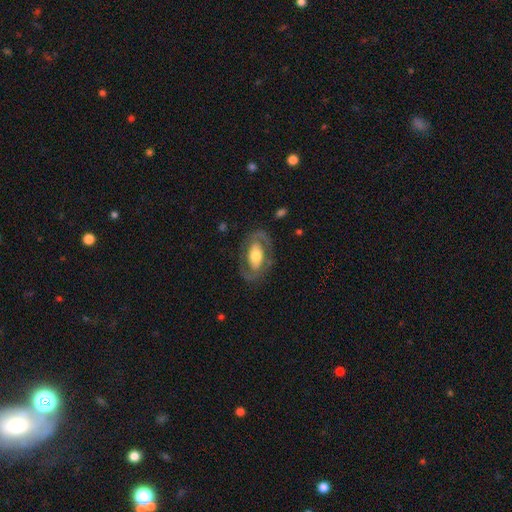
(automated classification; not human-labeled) The model was most divided on "bulge size": moderate: 55%, large: 30%, small: 10%, dominant: 3%, none: 1%. More confident: edge-on disk — no (94%); merging — none (77%); smooth or featured — featured or disk (72%); spiral arms — yes (70%); bar — no (54%).